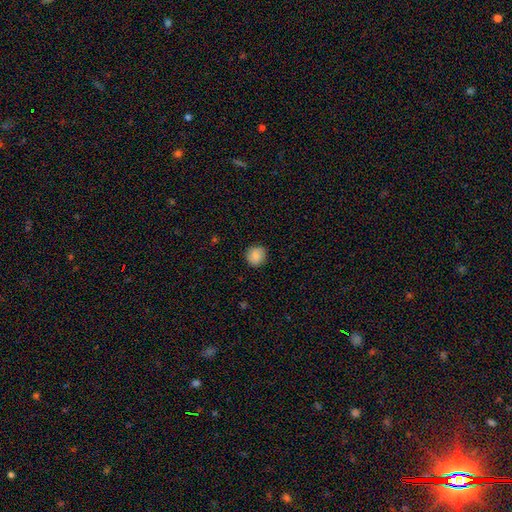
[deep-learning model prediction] Morphology: type=smooth (86%); roundness=round (90%); merging=none (89%).